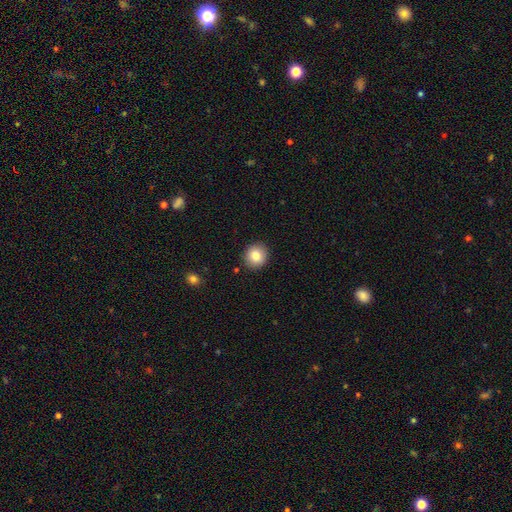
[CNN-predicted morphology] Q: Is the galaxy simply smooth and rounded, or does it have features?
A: smooth — 82%.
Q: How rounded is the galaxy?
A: round — 87%.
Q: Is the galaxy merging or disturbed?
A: none — 90%.